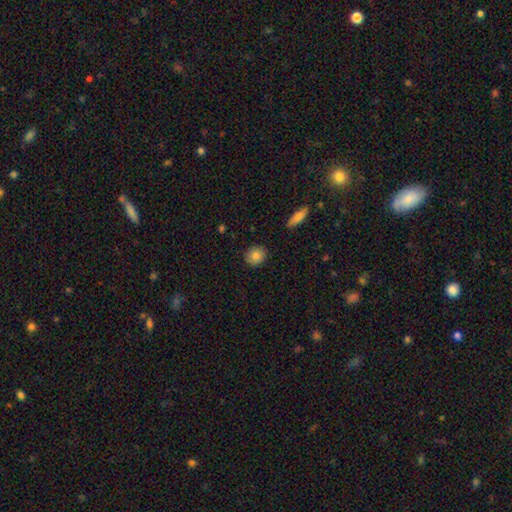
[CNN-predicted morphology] Q: Smooth or featured?
A: smooth (83%); runner-up: star or artifact (9%)
Q: How rounded?
A: round (78%); runner-up: in between (21%)
Q: Merging?
A: none (89%); runner-up: minor disturbance (8%)